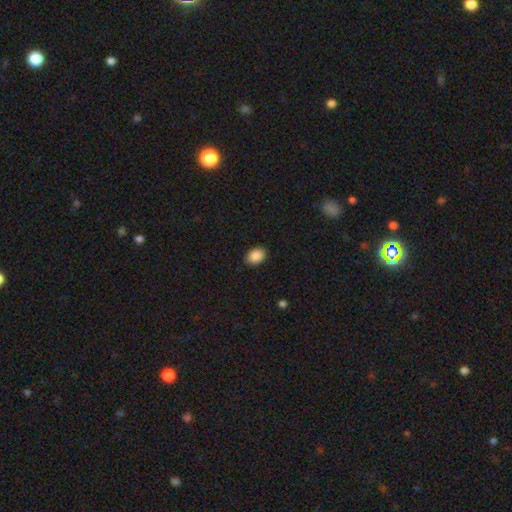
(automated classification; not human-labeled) This is clearly a smooth galaxy (88%). How rounded: likely in between (75%). Merging: clearly none (88%).